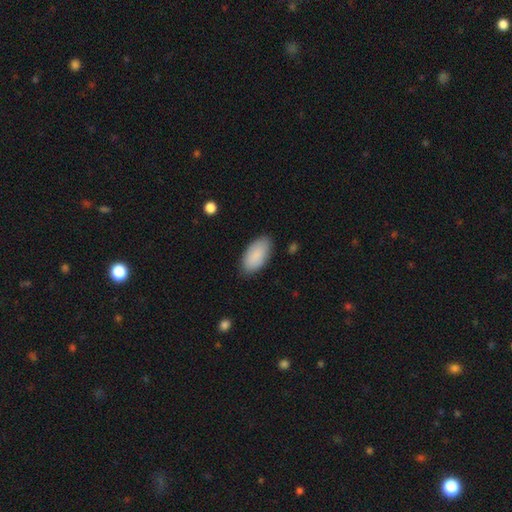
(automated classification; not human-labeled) smooth_or_featured: smooth (p=0.89) [alt: star or artifact p=0.06]
how_rounded: in between (p=0.95) [alt: cigar-shaped p=0.03]
merging: none (p=0.85) [alt: minor disturbance p=0.11]